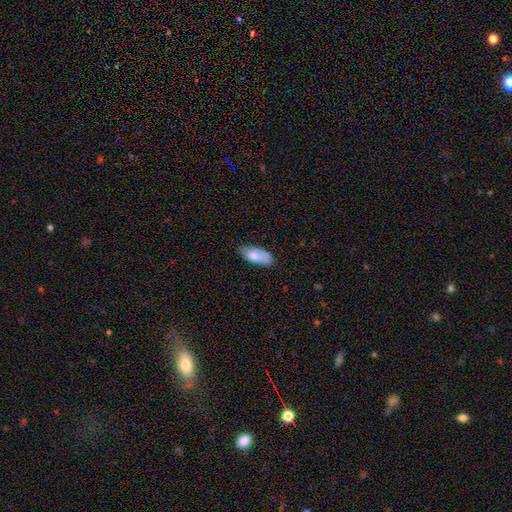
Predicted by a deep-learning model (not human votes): Smooth or featured: smooth — 79% (featured or disk — 15%)
How rounded: in between — 87% (cigar-shaped — 11%)
Merging: none — 68% (minor disturbance — 25%)